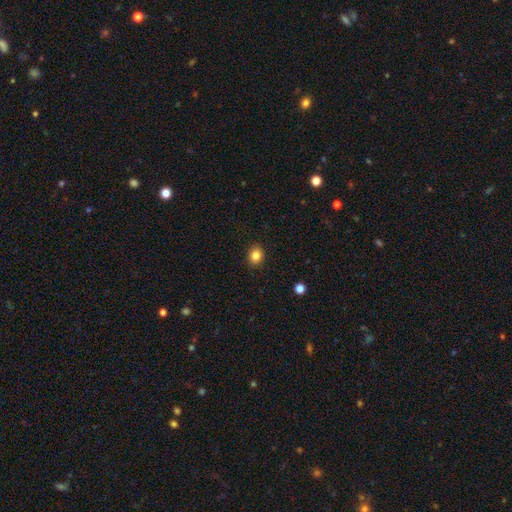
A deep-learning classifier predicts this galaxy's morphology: Smooth or featured: smooth — 84% (star or artifact — 10%)
How rounded: round — 56% (in between — 43%)
Merging: none — 89% (minor disturbance — 8%)